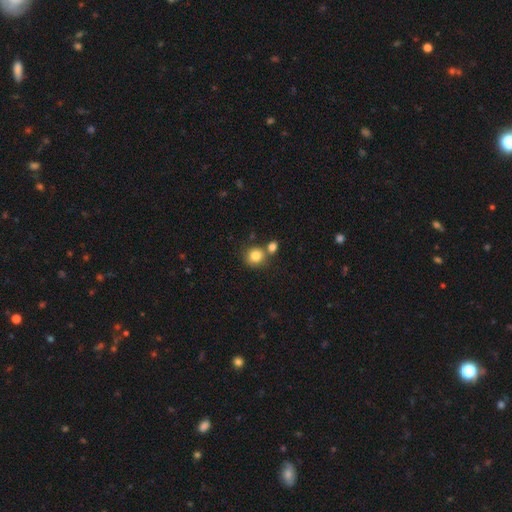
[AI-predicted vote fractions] Q: Smooth or featured?
A: smooth (83%); runner-up: star or artifact (10%)
Q: How rounded?
A: round (87%); runner-up: in between (12%)
Q: Merging?
A: none (62%); runner-up: merger (26%)